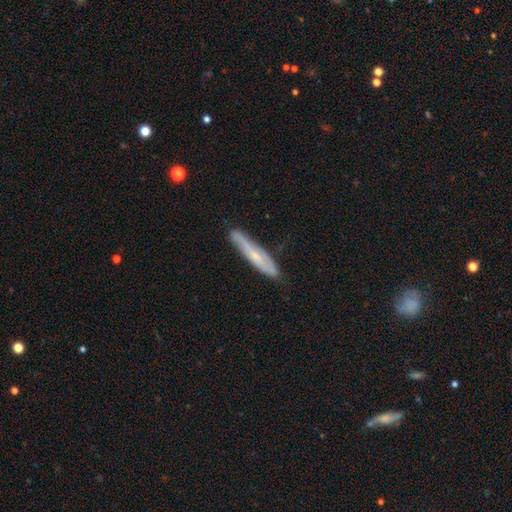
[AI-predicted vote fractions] A featured or disk galaxy (51%) viewed edge-on (64%). Merging: none (75%).